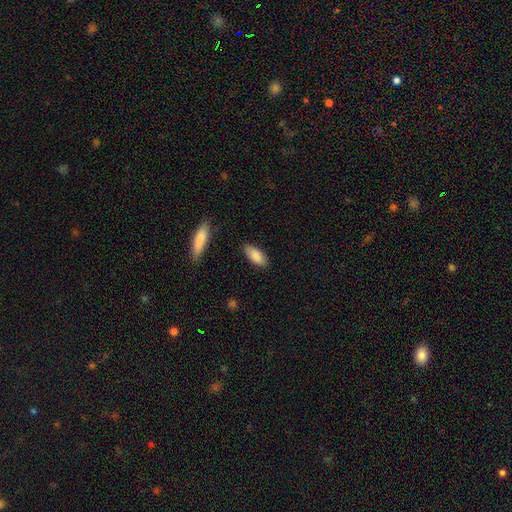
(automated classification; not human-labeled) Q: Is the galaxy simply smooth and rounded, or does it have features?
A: smooth — 87%.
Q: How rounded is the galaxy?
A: in between — 86%.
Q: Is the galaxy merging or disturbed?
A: none — 83%.